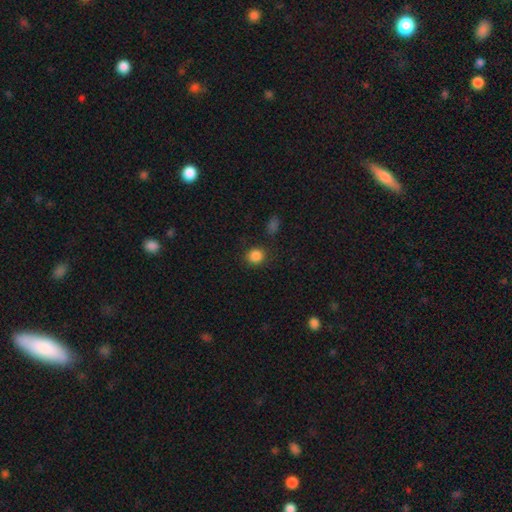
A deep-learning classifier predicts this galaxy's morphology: Smooth or featured: smooth — 86% (star or artifact — 11%)
How rounded: round — 84% (in between — 15%)
Merging: none — 84% (minor disturbance — 9%)